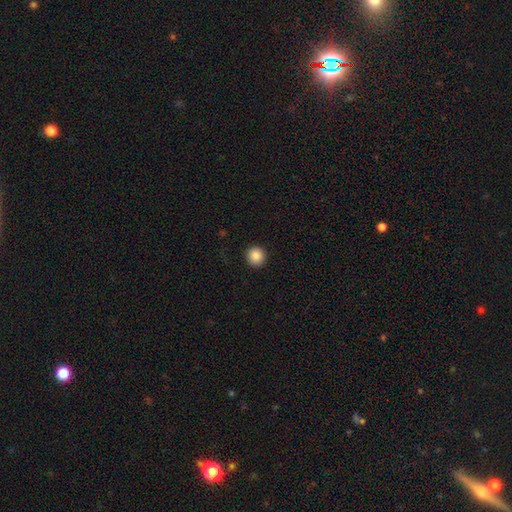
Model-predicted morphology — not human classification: A smooth galaxy with no disk features (88%) that is round (95%).

Vote fractions:
- Smooth or featured? smooth: 88% / star or artifact: 9% / featured or disk: 3%
- How rounded? round: 95% / in between: 4% / cigar-shaped: 1%
- Merging? none: 92% / minor disturbance: 5% / major disturbance: 2% / merger: 1%